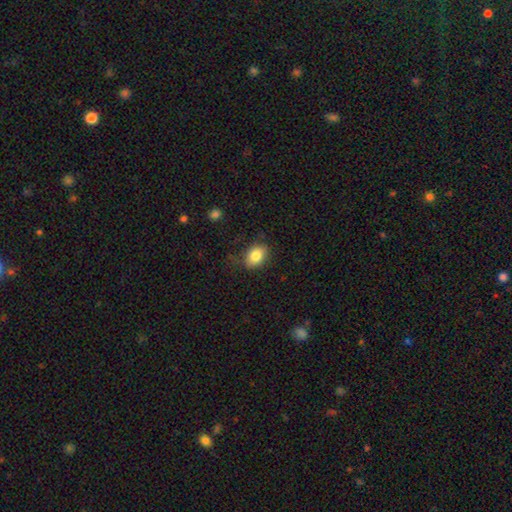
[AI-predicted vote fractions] smooth-or-featured: smooth: 83% | star or artifact: 9% | featured or disk: 9%
  how-rounded: in between: 73% | round: 26% | cigar-shaped: 1%
  merging: none: 77% | minor disturbance: 17% | major disturbance: 5% | merger: 1%